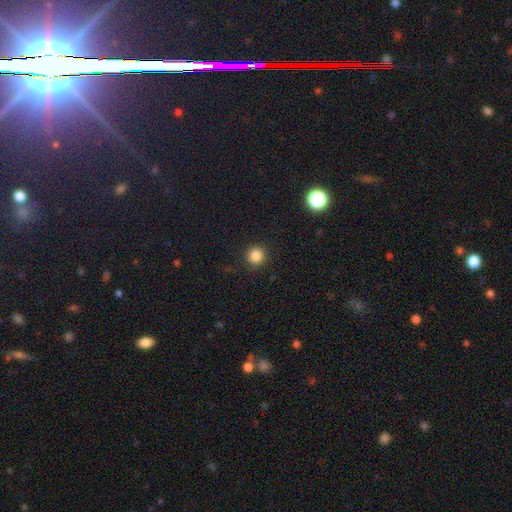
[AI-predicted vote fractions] Overall: smooth (85%). How rounded: round (93%). Merging: none (91%).